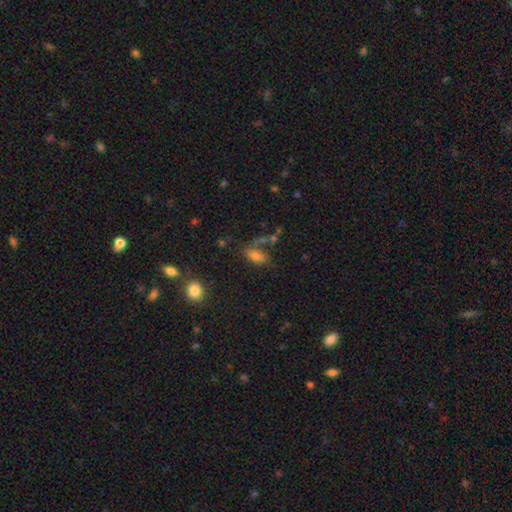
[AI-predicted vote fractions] Smooth or featured?
  - smooth: 69% *
  - star or artifact: 17%
  - featured or disk: 13%
How rounded?
  - in between: 81% *
  - cigar-shaped: 12%
  - round: 7%
Merging?
  - none: 49% *
  - minor disturbance: 20%
  - merger: 16%
  - major disturbance: 15%